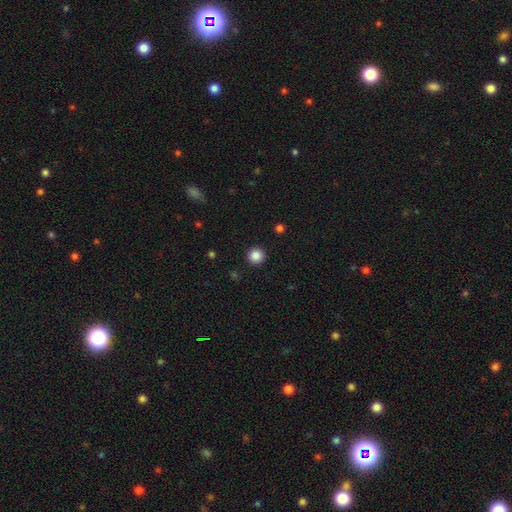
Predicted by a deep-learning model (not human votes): Overall: smooth (87%). How rounded: round (96%). Merging: none (93%).